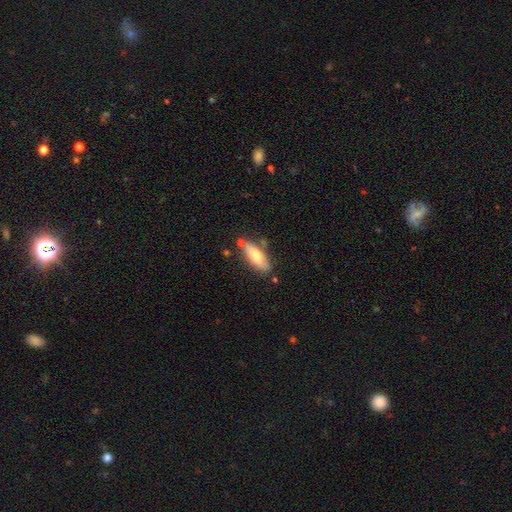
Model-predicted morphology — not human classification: Smooth or featured: smooth — 71% (featured or disk — 23%)
How rounded: in between — 60% (cigar-shaped — 38%)
Merging: none — 72% (minor disturbance — 17%)